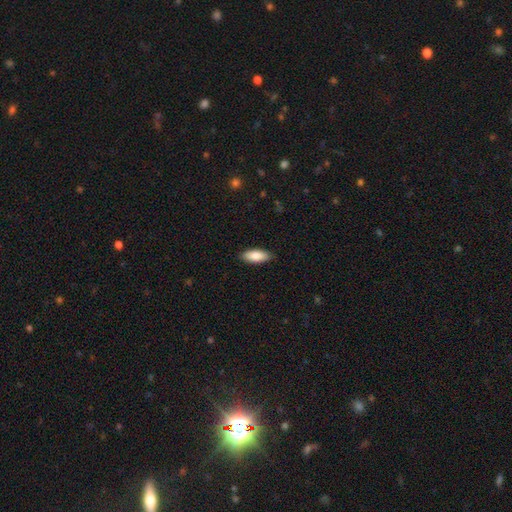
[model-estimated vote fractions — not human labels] Smooth or featured? smooth (86%)
How rounded? in between (78%)
Merging? none (88%)